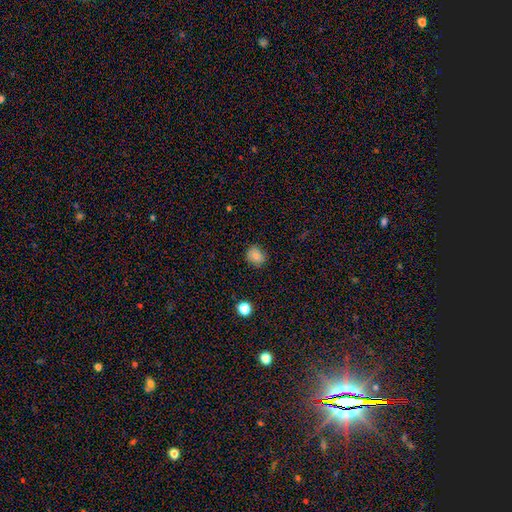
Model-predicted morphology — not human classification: Smooth or featured? Predicted: smooth (p=0.83). How rounded? Predicted: round (p=0.72). Merging? Predicted: none (p=0.82).